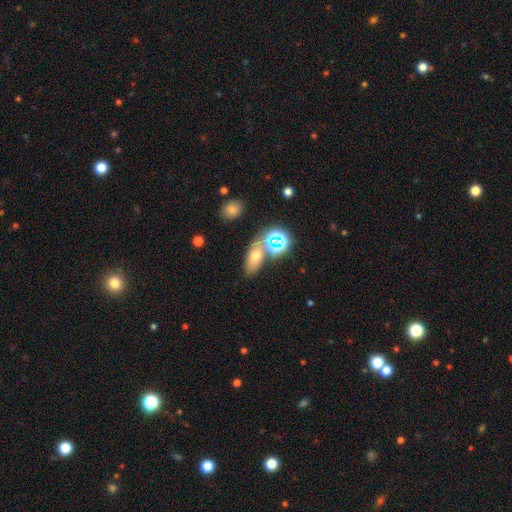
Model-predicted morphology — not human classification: smooth_or_featured: smooth (p=0.56) [alt: star or artifact p=0.27]
how_rounded: in between (p=0.76) [alt: round p=0.17]
merging: none (p=0.65) [alt: merger p=0.19]